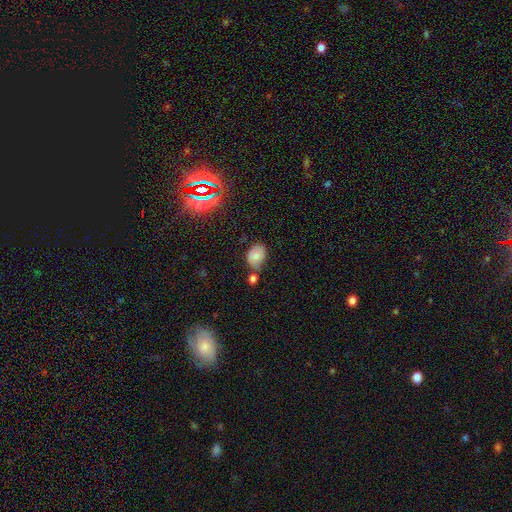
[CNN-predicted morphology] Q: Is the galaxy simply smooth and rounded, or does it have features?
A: smooth — 69%.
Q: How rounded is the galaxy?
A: in between — 69%.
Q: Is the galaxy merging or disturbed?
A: none — 49%.